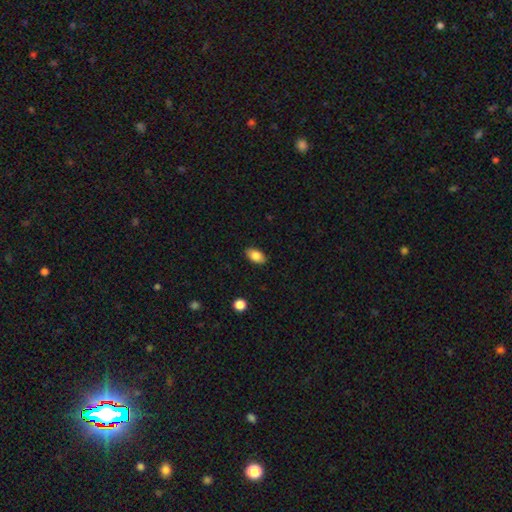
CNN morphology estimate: smooth 84%, featured or disk 8%, star or artifact 8%. Down the decision tree: how rounded — in between (91%); merging — none (88%).